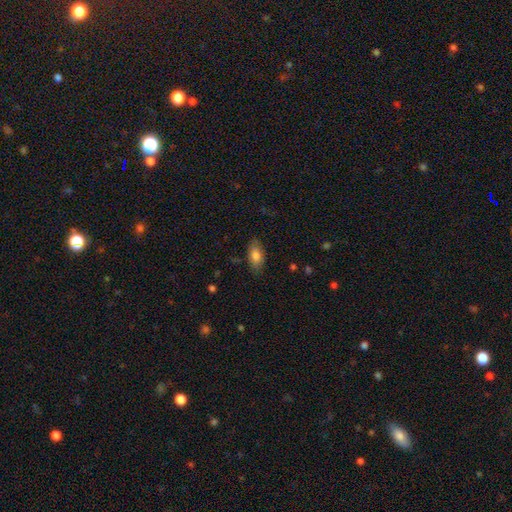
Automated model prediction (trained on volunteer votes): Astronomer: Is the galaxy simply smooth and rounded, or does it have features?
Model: smooth — 80%.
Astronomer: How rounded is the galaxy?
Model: in between — 88%.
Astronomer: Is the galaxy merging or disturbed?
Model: none — 84%.